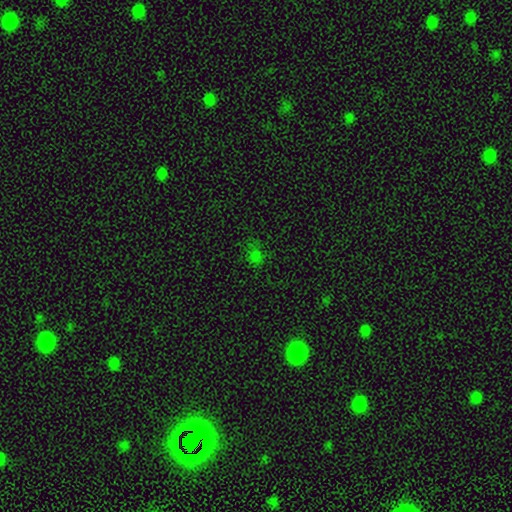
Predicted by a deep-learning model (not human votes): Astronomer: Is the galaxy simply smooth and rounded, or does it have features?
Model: smooth — 59% (runner-up: star or artifact, 36%).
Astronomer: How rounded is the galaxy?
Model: round — 61% (runner-up: in between, 37%).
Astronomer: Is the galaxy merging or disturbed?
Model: none — 73%.